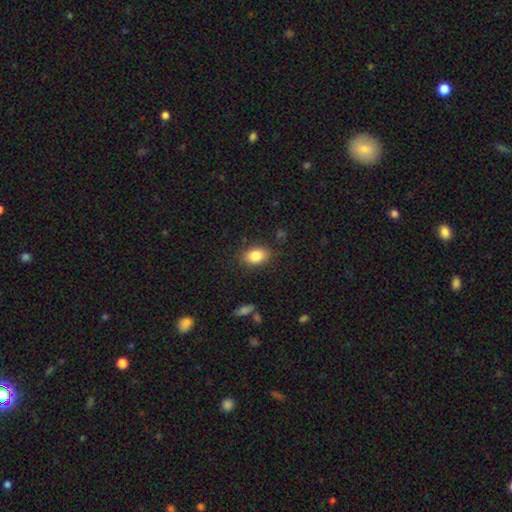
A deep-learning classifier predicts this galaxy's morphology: This appears to be a smooth galaxy with no disk features (84%) that is in between round and cigar-shaped (76%). Merging: none (84%).